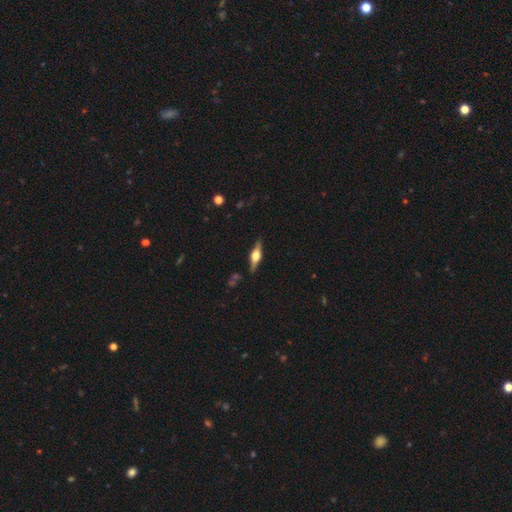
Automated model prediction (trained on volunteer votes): smooth-or-featured: featured or disk: 72% | smooth: 22% | star or artifact: 6%
  disk-edge-on: yes: 96% | no: 4%
    edge-on-bulge: rounded: 93% | boxy: 6% | none: 1%
  merging: none: 87% | minor disturbance: 9% | major disturbance: 2% | merger: 2%